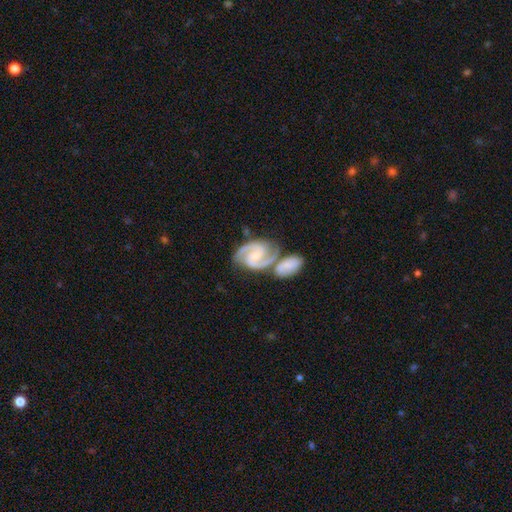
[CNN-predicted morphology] smooth_or_featured: featured or disk (p=0.90) [alt: smooth p=0.06]
disk_edge_on: no (p=0.98) [alt: yes p=0.02]
bar: weak (p=0.43) [alt: no p=0.41]
has_spiral_arms: yes (p=0.98) [alt: no p=0.02]
spiral_winding: medium (p=0.55) [alt: tight p=0.36]
spiral_arm_count: 2 (p=0.93) [alt: 3 p=0.02]
bulge_size: small (p=0.47) [alt: moderate p=0.29]
merging: none (p=0.51) [alt: merger p=0.31]